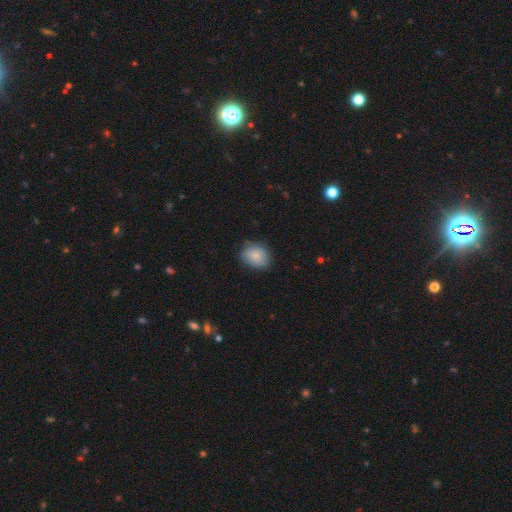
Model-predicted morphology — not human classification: smooth-or-featured: smooth: 84% | featured or disk: 9% | star or artifact: 7%
  how-rounded: round: 50% | in between: 49% | cigar-shaped: 1%
  merging: none: 75% | minor disturbance: 20% | major disturbance: 4% | merger: 1%